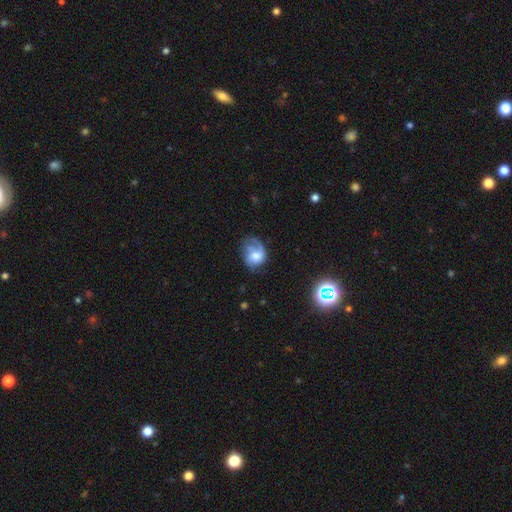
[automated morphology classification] Smooth or featured: featured or disk — 52% (smooth — 39%)
Edge-on disk: no — 97% (yes — 3%)
Bar: no — 67% (weak — 29%)
Spiral arms: yes — 81% (no — 19%)
Bulge size: moderate — 52% (small — 22%)
Merging: none — 44% (minor disturbance — 28%)